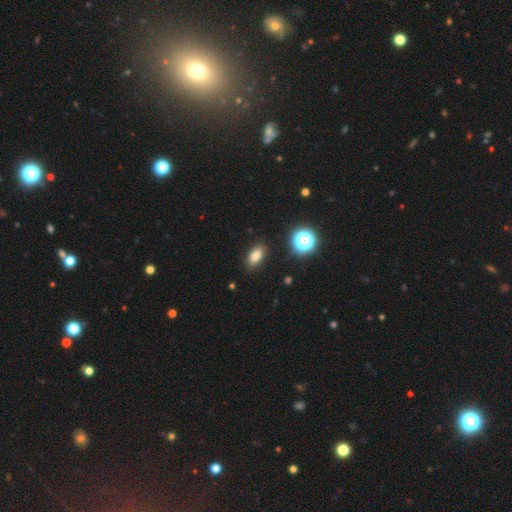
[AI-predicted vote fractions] Morphology: type=smooth (81%); roundness=in between (86%); merging=none (88%).